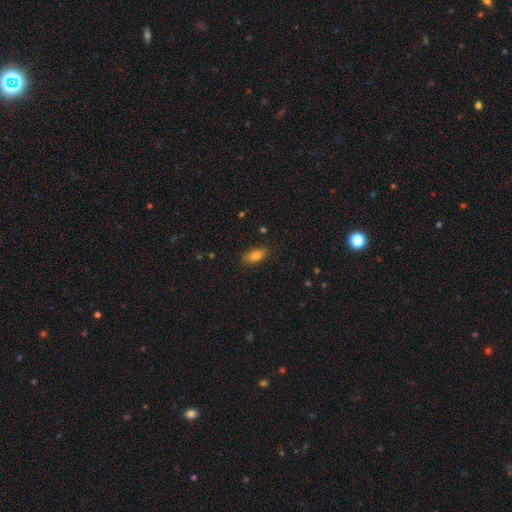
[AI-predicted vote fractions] Smooth or featured?
  - smooth: 79% *
  - featured or disk: 12%
  - star or artifact: 9%
How rounded?
  - in between: 84% *
  - cigar-shaped: 12%
  - round: 4%
Merging?
  - none: 84% *
  - minor disturbance: 13%
  - major disturbance: 2%
  - merger: 1%